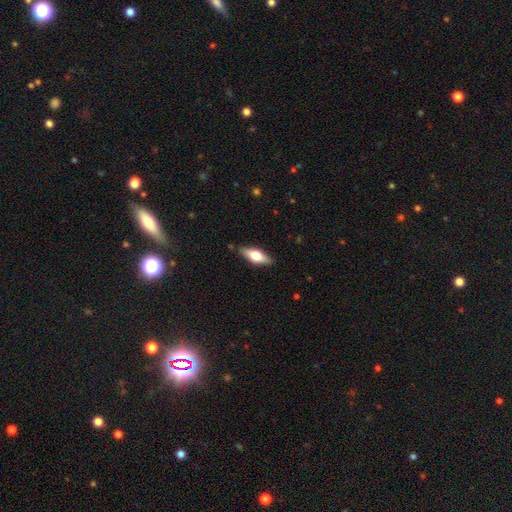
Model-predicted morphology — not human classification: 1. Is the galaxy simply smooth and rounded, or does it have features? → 57% smooth, 37% featured or disk, 6% star or artifact.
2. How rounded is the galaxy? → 67% in between, 30% cigar-shaped, 3% round.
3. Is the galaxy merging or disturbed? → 84% none, 12% minor disturbance, 2% major disturbance, 1% merger.